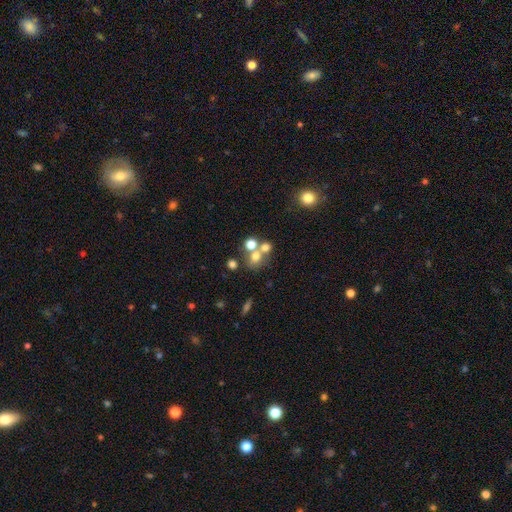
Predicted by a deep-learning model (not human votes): smooth_or_featured: smooth (p=0.64) [alt: featured or disk p=0.20]
how_rounded: round (p=0.68) [alt: in between p=0.31]
merging: merger (p=0.48) [alt: none p=0.38]